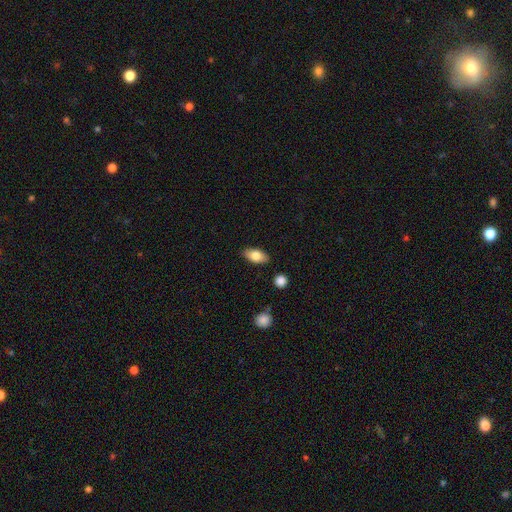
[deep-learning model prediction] Smooth or featured? smooth (79%)
How rounded? in between (90%)
Merging? none (86%)